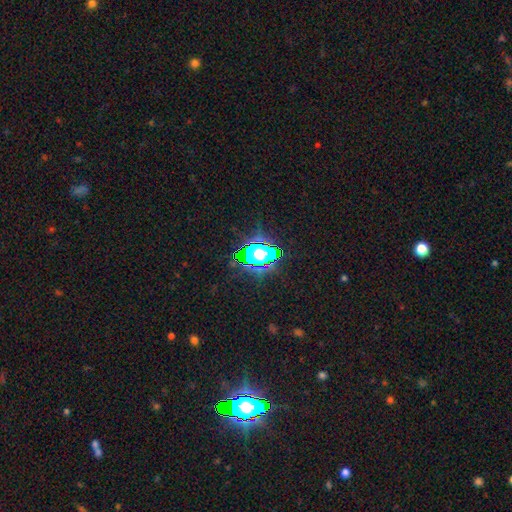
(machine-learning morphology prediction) smooth_or_featured: star or artifact (p=0.55) [alt: smooth p=0.31]